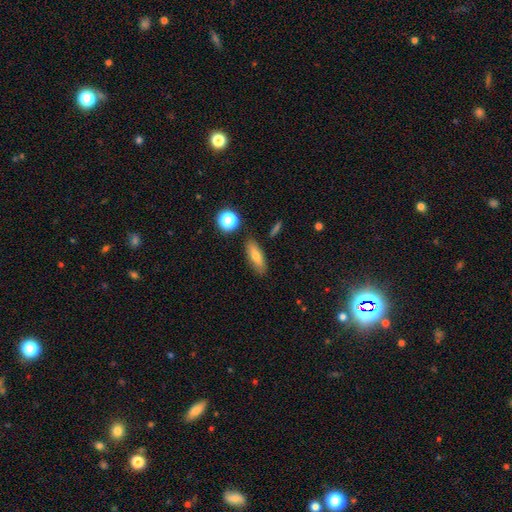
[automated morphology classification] smooth_or_featured: smooth (p=0.72) [alt: featured or disk p=0.19]
how_rounded: in between (p=0.59) [alt: cigar-shaped p=0.36]
merging: none (p=0.83) [alt: minor disturbance p=0.11]